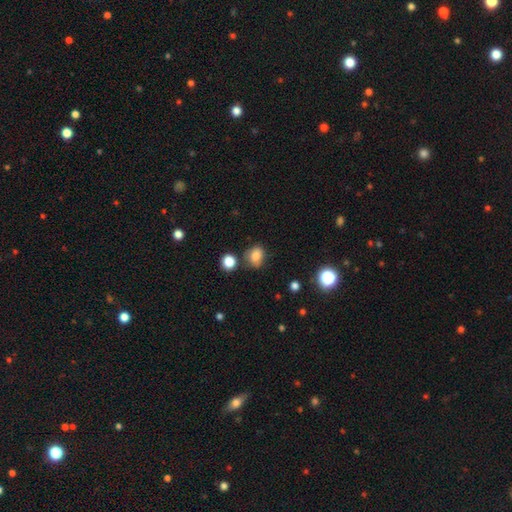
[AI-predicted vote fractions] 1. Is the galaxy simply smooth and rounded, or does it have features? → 80% smooth, 12% star or artifact, 8% featured or disk.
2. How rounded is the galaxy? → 56% round, 43% in between, 1% cigar-shaped.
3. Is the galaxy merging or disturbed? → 67% none, 20% minor disturbance, 7% merger, 5% major disturbance.